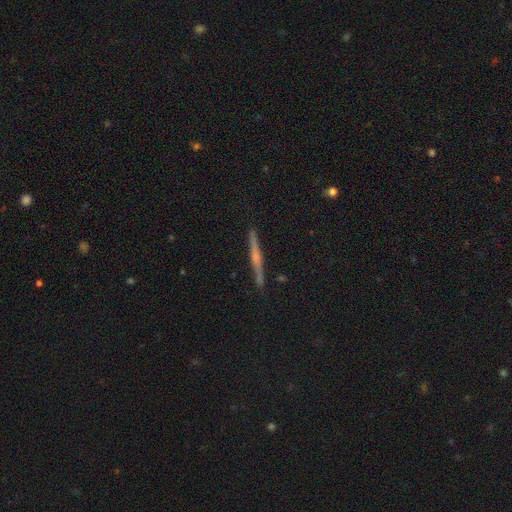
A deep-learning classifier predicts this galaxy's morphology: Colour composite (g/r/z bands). It shows a featured or disk galaxy (69%) viewed edge-on (98%) with a rounded central bulge (62%). Merging: none (90%).